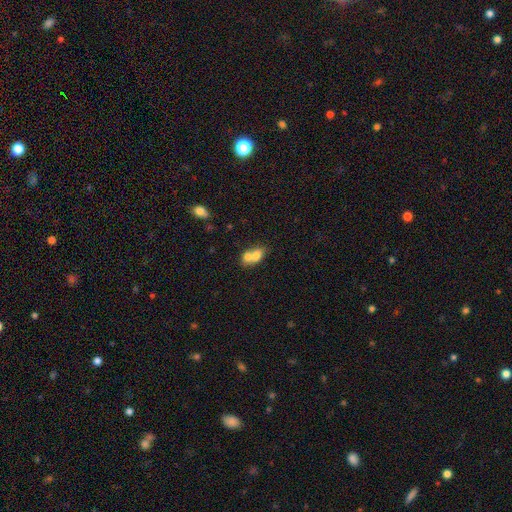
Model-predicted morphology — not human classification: Q: Smooth or featured?
A: smooth (70%); runner-up: featured or disk (21%)
Q: How rounded?
A: in between (68%); runner-up: round (30%)
Q: Merging?
A: merger (69%); runner-up: none (20%)